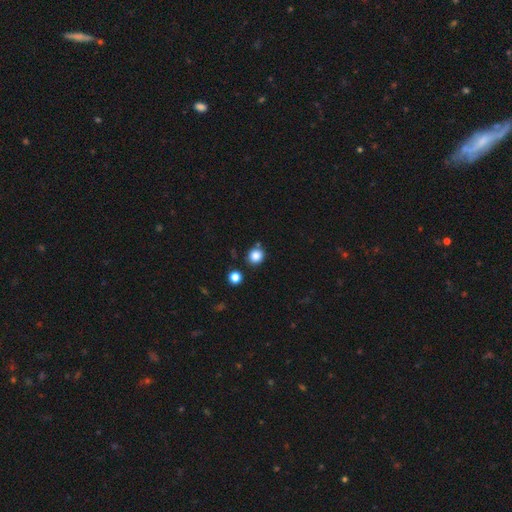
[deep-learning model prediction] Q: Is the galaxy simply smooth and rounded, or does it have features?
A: smooth — 85%.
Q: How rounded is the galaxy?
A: round — 85%.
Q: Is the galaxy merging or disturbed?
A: none — 82%.